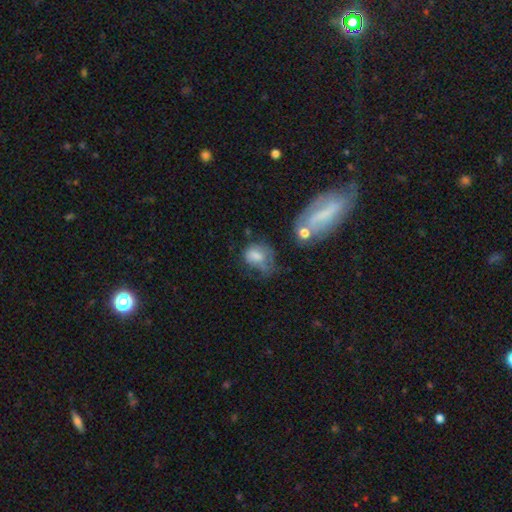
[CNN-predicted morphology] The model was most divided on "merging": none: 31%, minor disturbance: 28%, major disturbance: 27%, merger: 14%. More confident: how rounded — in between (63%); smooth or featured — smooth (60%).